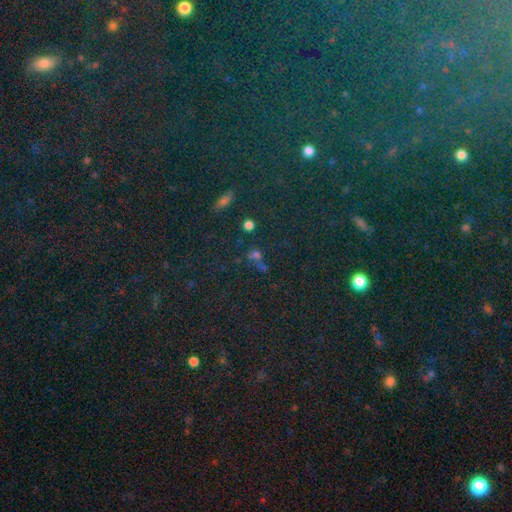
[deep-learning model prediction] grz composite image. It shows a star or artifact, not a galaxy (74%).